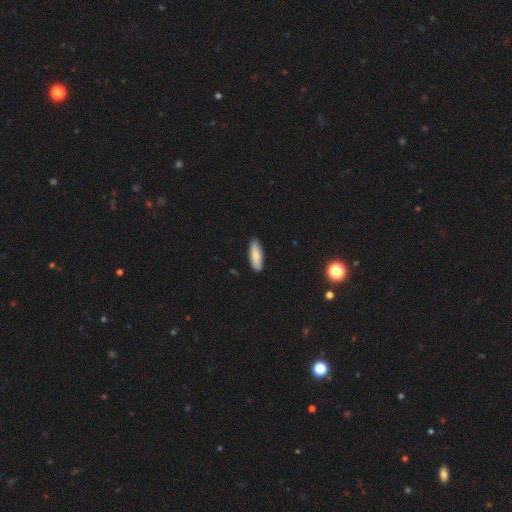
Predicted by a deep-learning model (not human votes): Smooth or featured? Predicted: smooth (p=0.84). How rounded? Predicted: in between (p=0.51). Merging? Predicted: none (p=0.89).